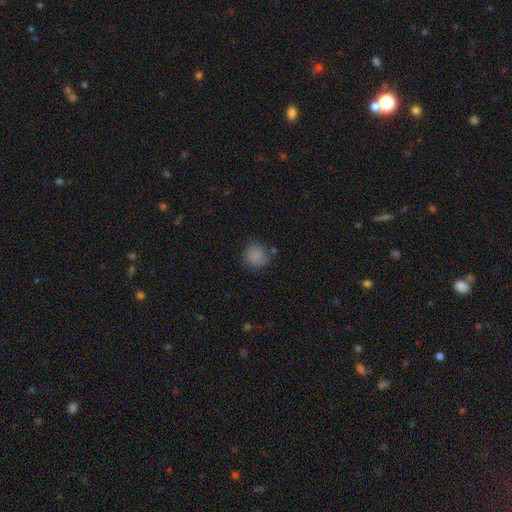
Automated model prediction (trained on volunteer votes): smooth 82%, star or artifact 11%, featured or disk 7%. Down the decision tree: how rounded — round (86%); merging — none (72%).